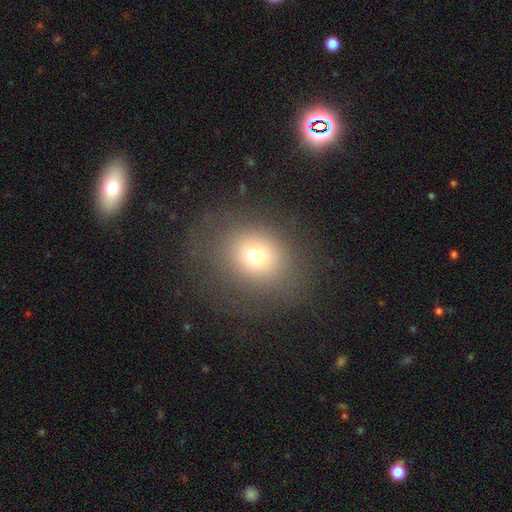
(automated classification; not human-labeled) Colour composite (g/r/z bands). It shows a smooth galaxy with no disk features (71%) that is round (70%). Merging: none (75%).